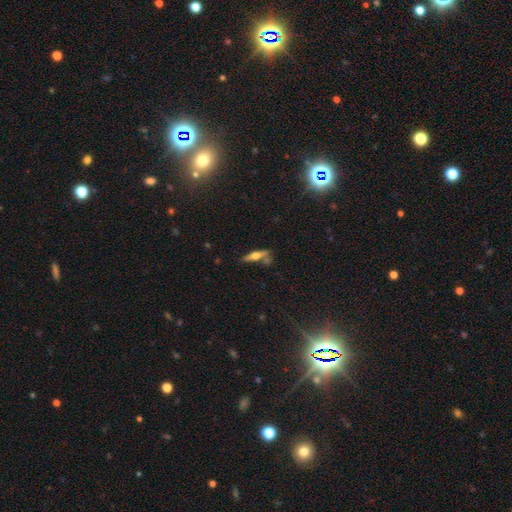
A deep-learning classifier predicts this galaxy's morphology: This is possibly a featured or disk galaxy (55%). It is clearly viewed edge-on (93%). Edge-on bulge: clearly rounded (92%). Merging: likely none (67%).